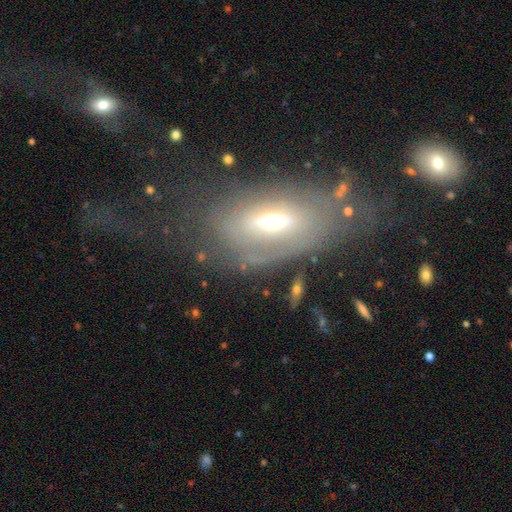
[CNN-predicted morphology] Smooth or featured: featured or disk — 52% (smooth — 37%)
Edge-on disk: no — 79% (yes — 21%)
Merging: none — 48% (major disturbance — 26%)